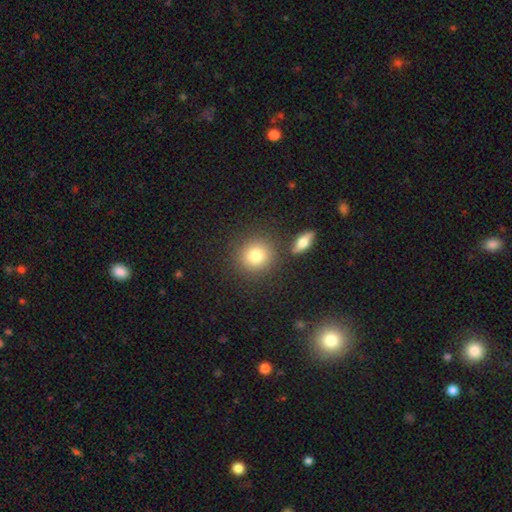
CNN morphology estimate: Overall: smooth (80%). How rounded: round (87%). Merging: none (80%).